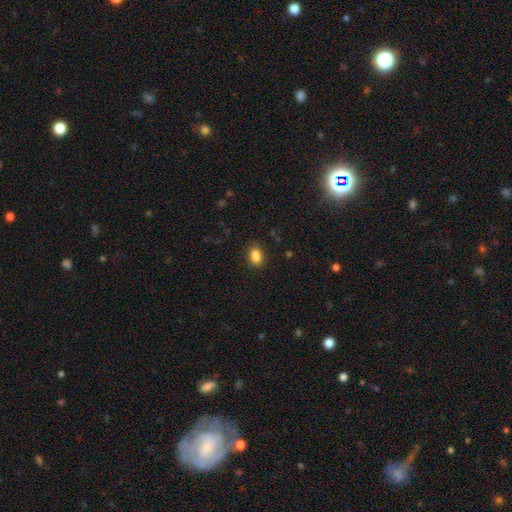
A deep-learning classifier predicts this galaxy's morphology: A smooth galaxy with no disk features (86%) that is in between round and cigar-shaped (85%). Merging: none (81%).